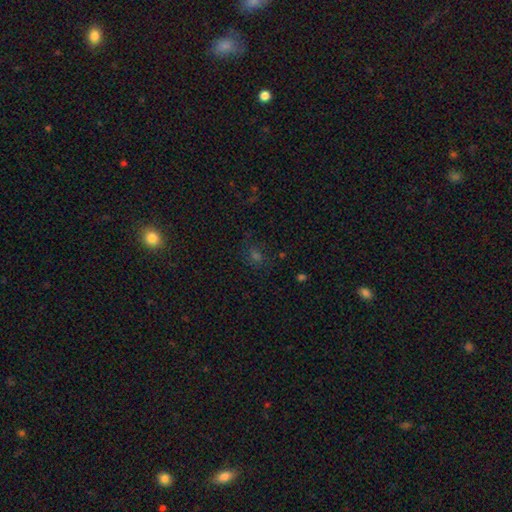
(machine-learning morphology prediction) Q: Smooth or featured?
A: smooth (46%); runner-up: star or artifact (43%)
Q: Merging?
A: none (78%); runner-up: minor disturbance (13%)